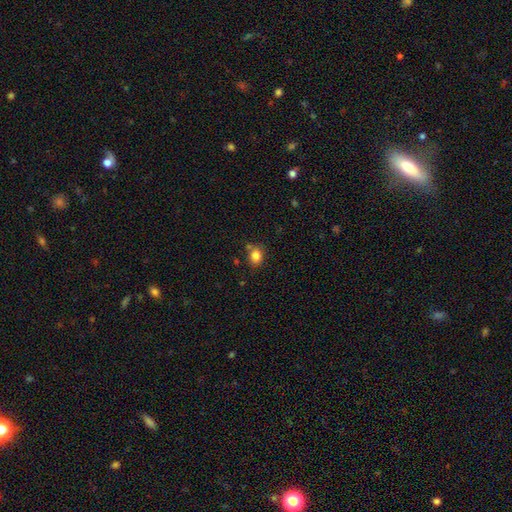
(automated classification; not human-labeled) smooth 83%, star or artifact 11%, featured or disk 6%. Down the decision tree: how rounded — round (56%); merging — none (74%).